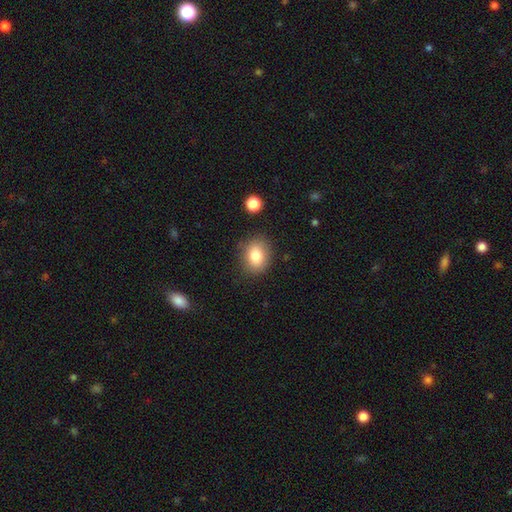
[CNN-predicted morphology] A smooth galaxy with no disk features (81%) that is in between round and cigar-shaped (51%). Merging: none (83%).